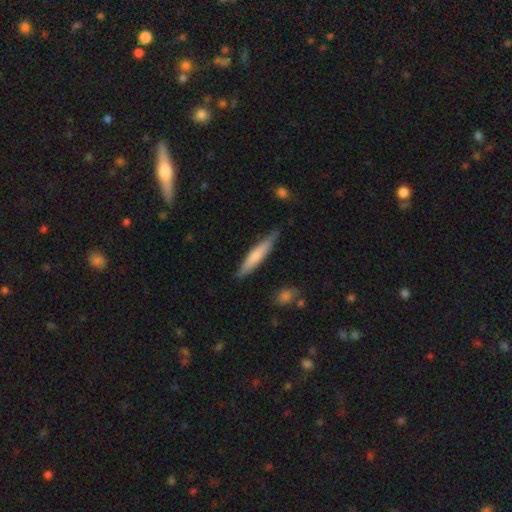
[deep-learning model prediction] Q: Smooth or featured?
A: smooth (67%); runner-up: featured or disk (27%)
Q: How rounded?
A: cigar-shaped (90%); runner-up: in between (9%)
Q: Merging?
A: none (82%); runner-up: minor disturbance (14%)